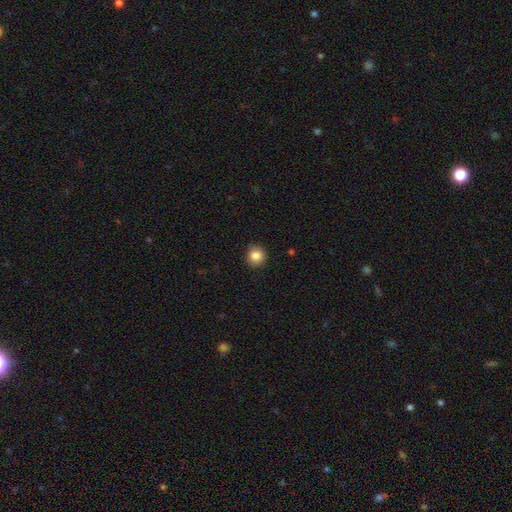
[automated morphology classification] A smooth galaxy with no disk features (85%) that is round (90%).

Vote fractions:
- Smooth or featured? smooth: 85% / star or artifact: 10% / featured or disk: 5%
- How rounded? round: 90% / in between: 9% / cigar-shaped: 1%
- Merging? none: 89% / minor disturbance: 8% / major disturbance: 2% / merger: 1%